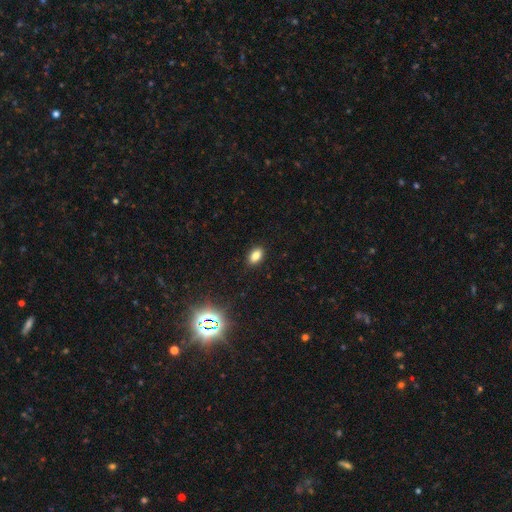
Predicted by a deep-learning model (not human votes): smooth-or-featured: smooth: 82% | star or artifact: 12% | featured or disk: 6%
  how-rounded: in between: 88% | round: 9% | cigar-shaped: 3%
  merging: none: 89% | minor disturbance: 8% | major disturbance: 2% | merger: 1%